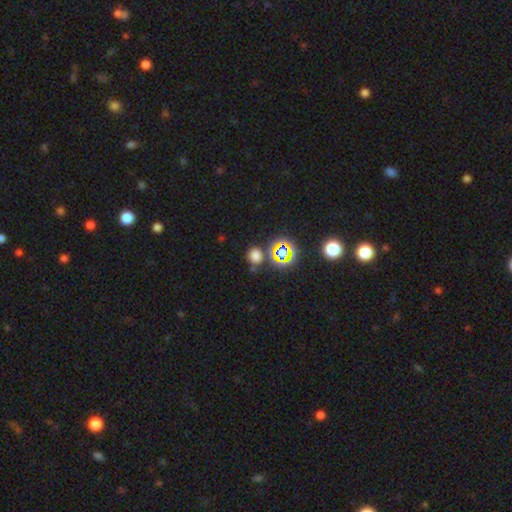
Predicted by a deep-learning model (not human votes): Smooth or featured? Predicted: smooth (p=0.64). How rounded? Predicted: round (p=0.85). Merging? Predicted: none (p=0.74).